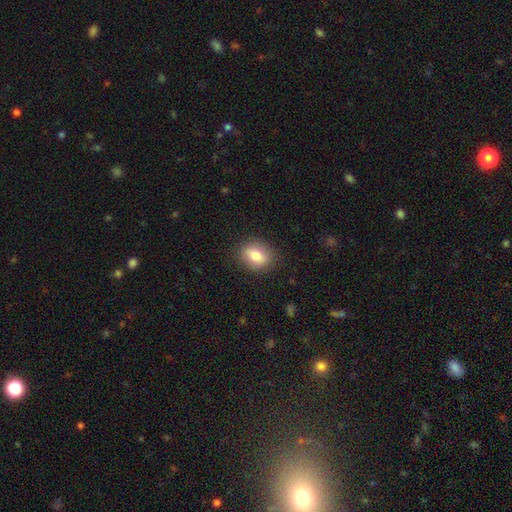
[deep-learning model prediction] Morphology: type=smooth (79%); roundness=in between (62%); merging=none (86%).